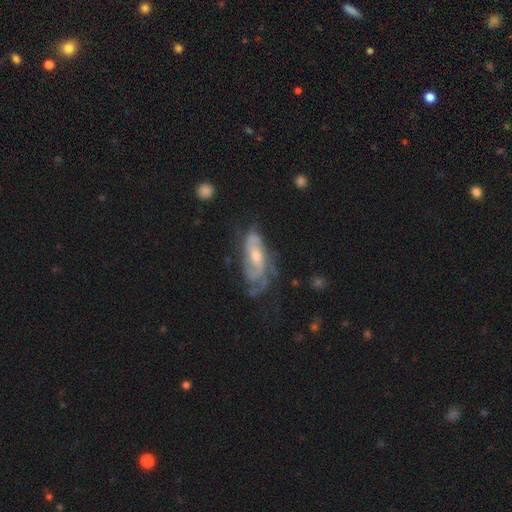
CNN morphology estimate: This appears to be a featured or disk galaxy (82%) with no bar (53%), 2 (39%) tight (43%) spiral arms (92%) and a moderate central bulge (60%). Merging: none (53%).